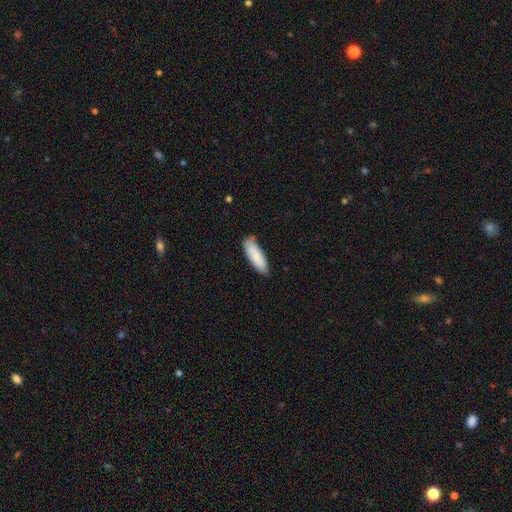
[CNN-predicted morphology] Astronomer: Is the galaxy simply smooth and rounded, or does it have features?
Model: smooth — 82%.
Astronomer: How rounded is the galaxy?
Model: in between — 57% (runner-up: cigar-shaped, 41%).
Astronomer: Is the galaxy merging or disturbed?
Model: none — 77%.